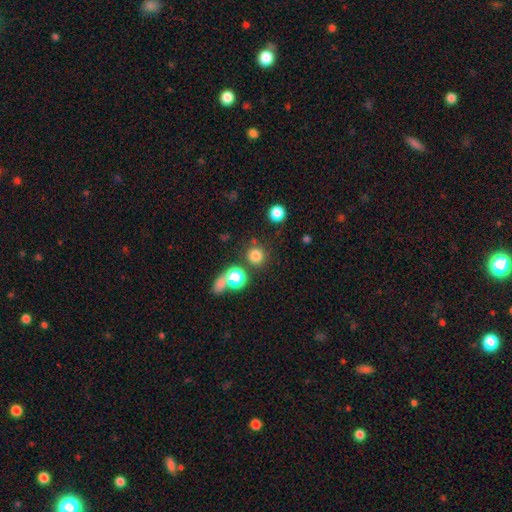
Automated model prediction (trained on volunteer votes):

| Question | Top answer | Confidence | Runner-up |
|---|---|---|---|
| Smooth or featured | smooth | 78% | star or artifact (16%) |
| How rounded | round | 93% | in between (6%) |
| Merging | none | 78% | merger (10%) |